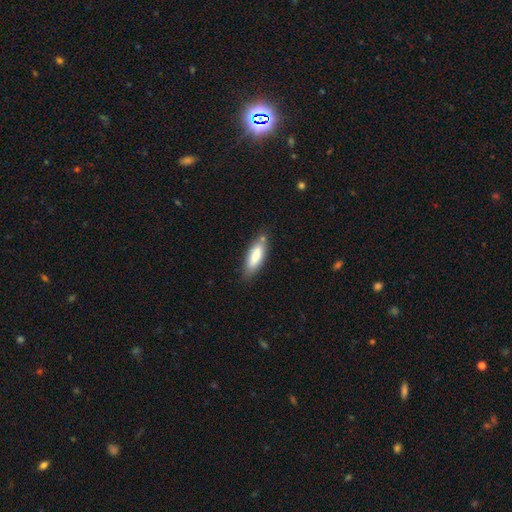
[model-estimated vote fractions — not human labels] Smooth or featured? smooth (81%)
How rounded? in between (54%)
Merging? none (76%)